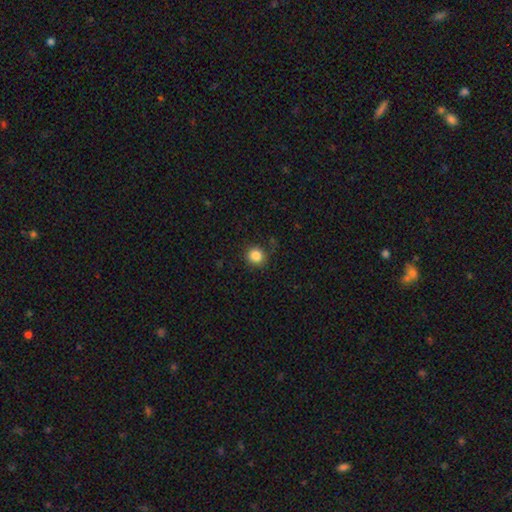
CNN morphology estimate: Q: Smooth or featured?
A: smooth (85%); runner-up: star or artifact (11%)
Q: How rounded?
A: round (91%); runner-up: in between (8%)
Q: Merging?
A: none (85%); runner-up: minor disturbance (10%)